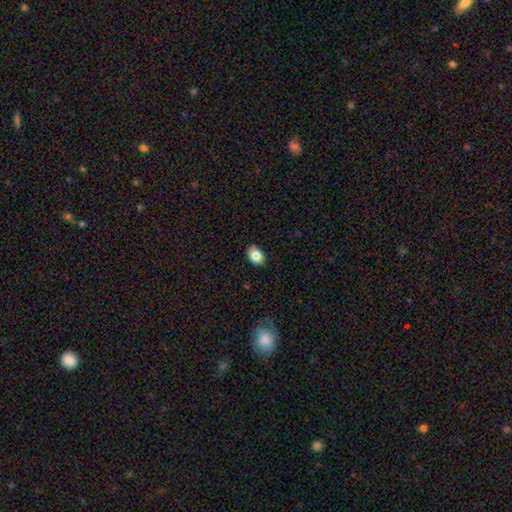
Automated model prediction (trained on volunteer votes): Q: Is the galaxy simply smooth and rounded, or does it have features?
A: smooth — 82%.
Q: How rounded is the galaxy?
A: in between — 79%.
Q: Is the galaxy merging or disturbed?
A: none — 85%.